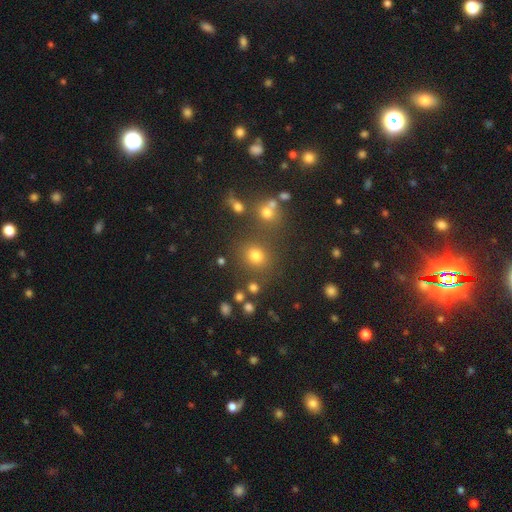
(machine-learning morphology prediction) This appears to be a smooth galaxy with no disk features (72%) that is round (78%). Merging: none (75%).